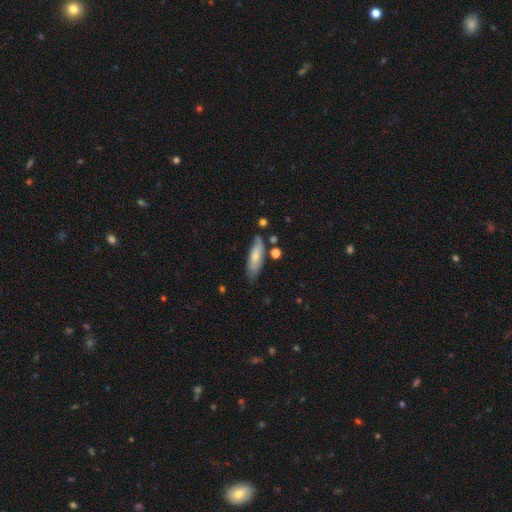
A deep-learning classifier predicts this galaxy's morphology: smooth-or-featured: smooth: 70% | featured or disk: 24% | star or artifact: 6%
  how-rounded: cigar-shaped: 49% (tied) | in between: 49% (tied) | round: 2%
  merging: none: 66% | minor disturbance: 24% | major disturbance: 5% | merger: 5%